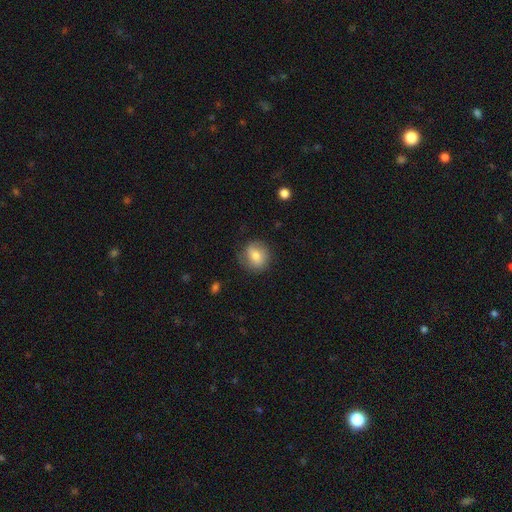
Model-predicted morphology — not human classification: The model was most divided on "smooth or featured": smooth: 72%, featured or disk: 20%, star or artifact: 8%. More confident: how rounded — round (78%); merging — none (76%).